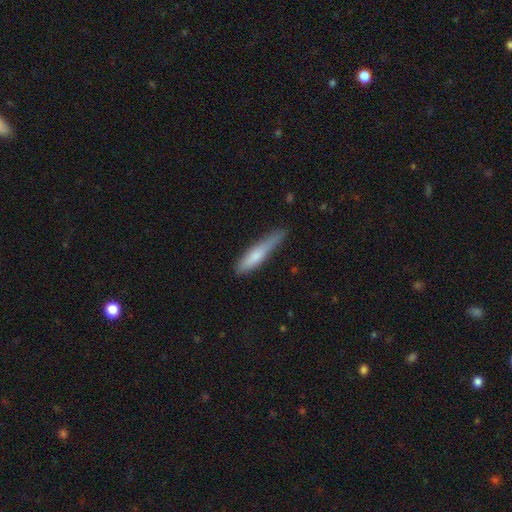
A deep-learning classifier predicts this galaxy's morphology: Smooth or featured: smooth — 71% (featured or disk — 23%)
How rounded: cigar-shaped — 87% (in between — 12%)
Merging: none — 54% (minor disturbance — 34%)